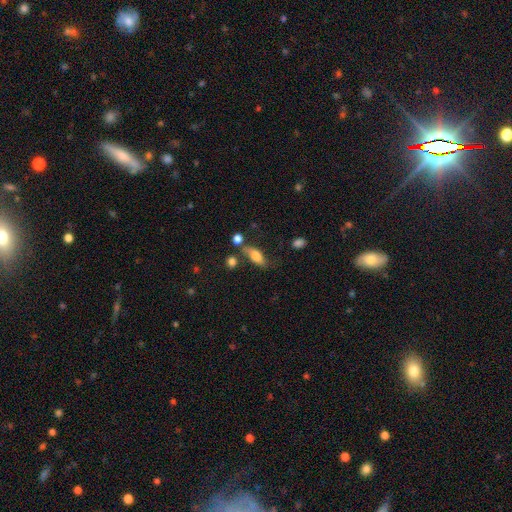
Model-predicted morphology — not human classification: Q: Smooth or featured?
A: smooth (66%); runner-up: featured or disk (25%)
Q: How rounded?
A: in between (73%); runner-up: cigar-shaped (20%)
Q: Merging?
A: none (54%); runner-up: minor disturbance (23%)